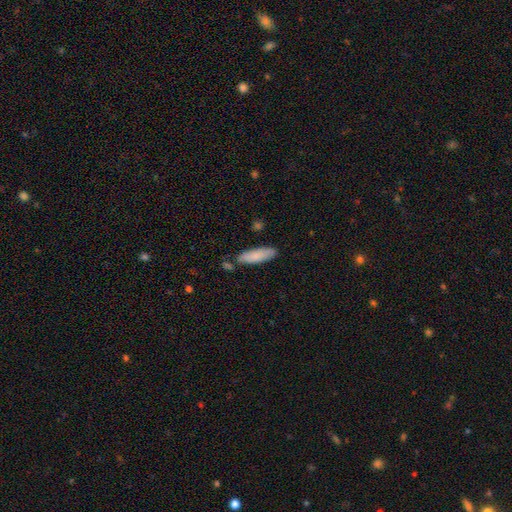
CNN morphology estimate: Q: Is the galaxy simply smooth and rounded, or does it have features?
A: smooth — 84%.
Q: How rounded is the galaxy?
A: cigar-shaped — 58%.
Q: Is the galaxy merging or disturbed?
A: none — 76%.